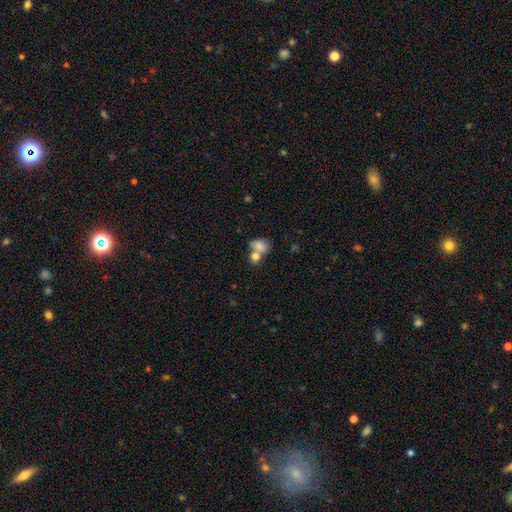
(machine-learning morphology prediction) This appears to be a smooth galaxy with no disk features (79%) that is in between round and cigar-shaped (60%). Merging: merger (57%).